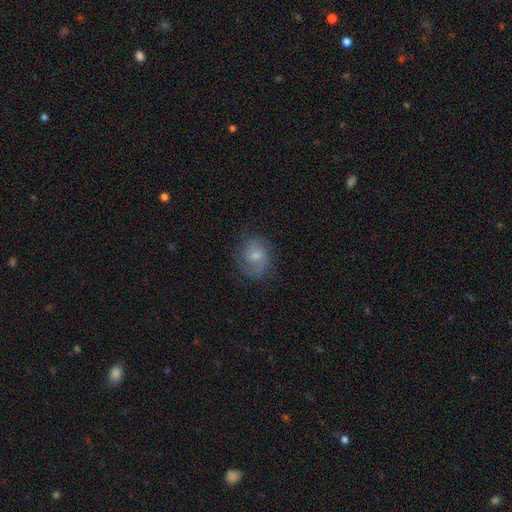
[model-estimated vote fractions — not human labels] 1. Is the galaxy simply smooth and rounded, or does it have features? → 56% featured or disk, 35% smooth, 9% star or artifact.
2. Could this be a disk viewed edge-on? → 97% no, 3% yes.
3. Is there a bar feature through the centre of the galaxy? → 51% no, 43% weak, 6% strong.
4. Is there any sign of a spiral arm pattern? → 87% yes, 13% no.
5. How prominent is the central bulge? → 47% moderate, 38% small, 8% none, 5% large, 1% dominant.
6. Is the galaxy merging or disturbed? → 70% none, 19% minor disturbance, 10% major disturbance, 1% merger.